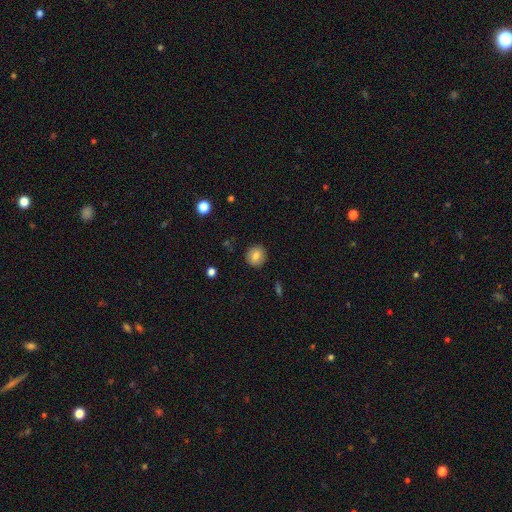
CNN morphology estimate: type=smooth (83%); roundness=round (88%); merging=none (90%).